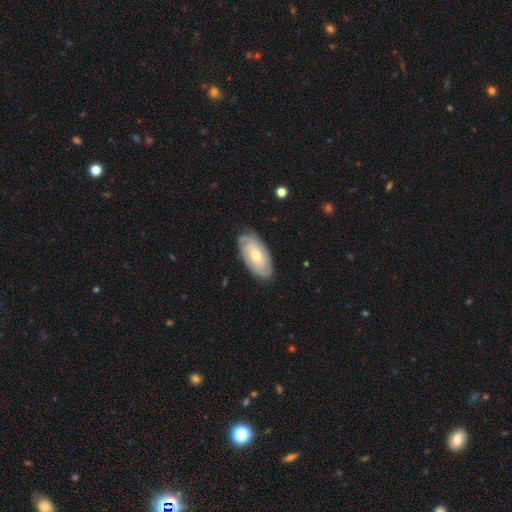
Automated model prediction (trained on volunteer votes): Smooth or featured?
  - featured or disk: 63% *
  - smooth: 31%
  - star or artifact: 6%
Edge-on disk?
  - no: 90% *
  - yes: 10%
Bar?
  - no: 72% *
  - weak: 23%
  - strong: 5%
Spiral arms?
  - yes: 83% *
  - no: 17%
Bulge size?
  - moderate: 59% *
  - small: 37%
  - large: 2%
  - none: 1%
  - dominant: 1%
Merging?
  - none: 79% *
  - minor disturbance: 16%
  - major disturbance: 3%
  - merger: 1%